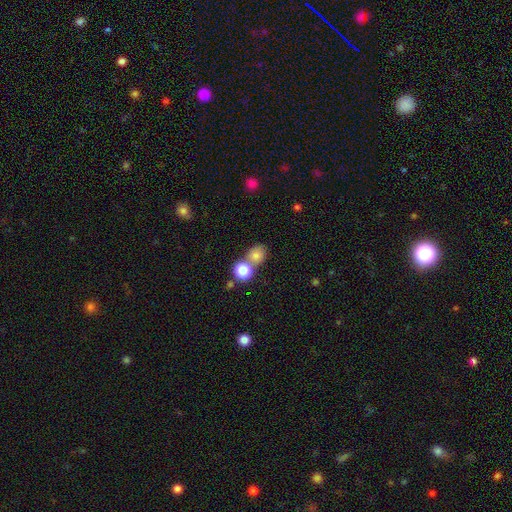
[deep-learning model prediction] Overall: smooth (78%). How rounded: round (68%; in between 31%). Merging: none (48%; merger 39%).